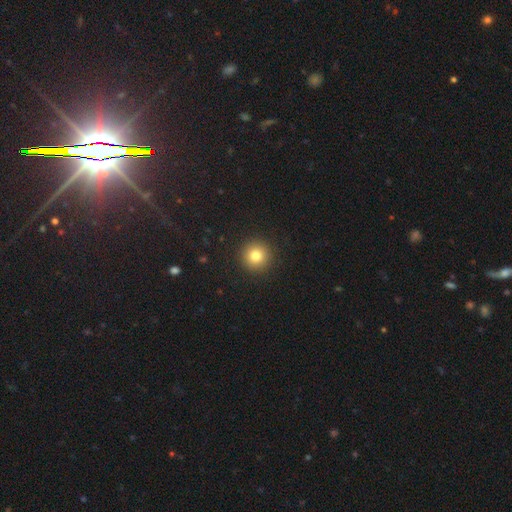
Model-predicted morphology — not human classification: smooth-or-featured: smooth: 80% | star or artifact: 12% | featured or disk: 8%
  how-rounded: round: 95% | in between: 4% | cigar-shaped: 1%
  merging: none: 92% | minor disturbance: 5% | major disturbance: 2% | merger: 1%